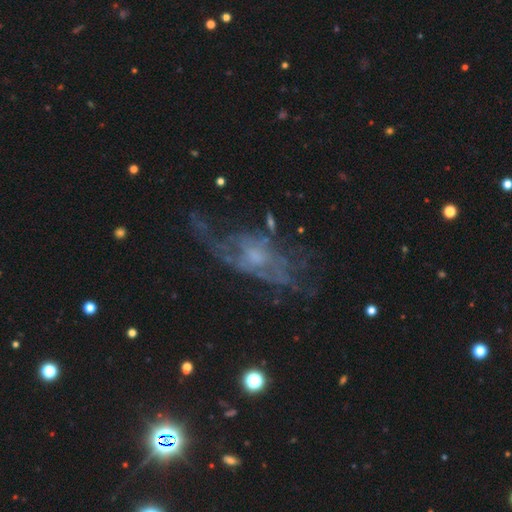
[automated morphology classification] type=featured or disk (73%); edge-on=no (89%); bar=no (72%); spiral arms=yes (59%); bulge=small (40%); merging=none (42%).